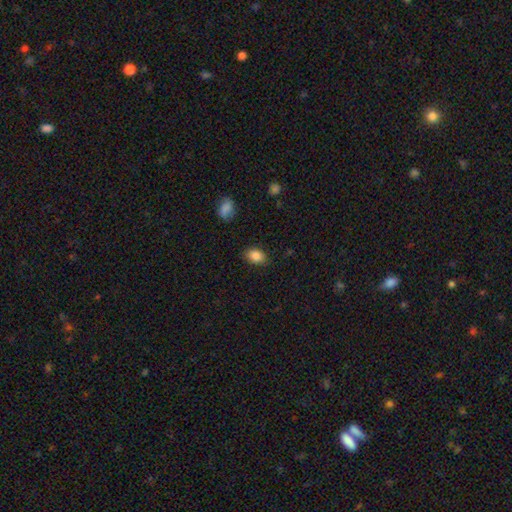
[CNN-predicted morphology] Smooth or featured? smooth (87%)
How rounded? in between (76%)
Merging? none (83%)